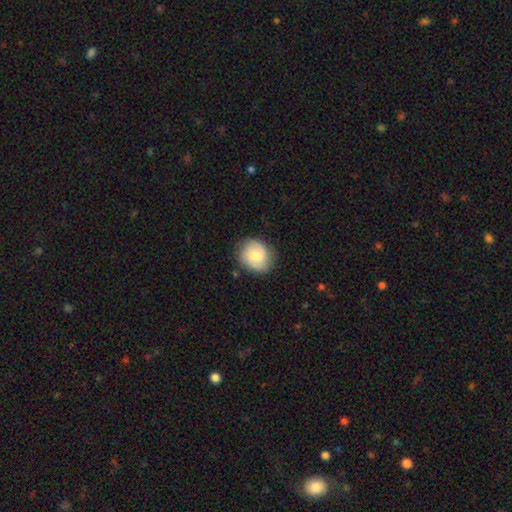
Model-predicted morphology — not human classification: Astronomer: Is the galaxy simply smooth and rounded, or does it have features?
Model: smooth — 52% (runner-up: featured or disk, 41%).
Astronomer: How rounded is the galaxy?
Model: round — 72%.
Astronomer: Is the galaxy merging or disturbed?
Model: none — 79%.